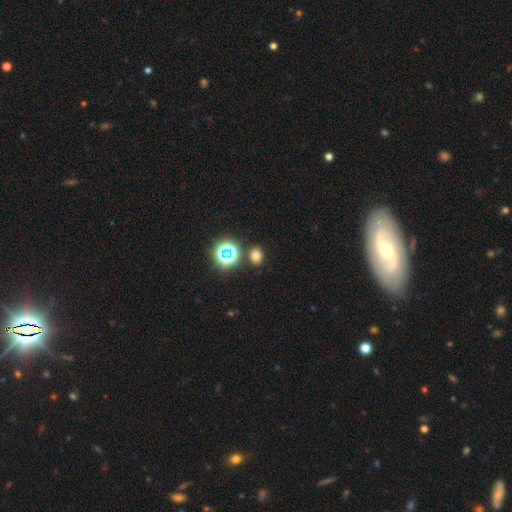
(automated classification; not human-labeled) Smooth or featured: smooth — 67% (star or artifact — 26%)
How rounded: in between — 50% (round — 49%)
Merging: none — 83% (minor disturbance — 9%)